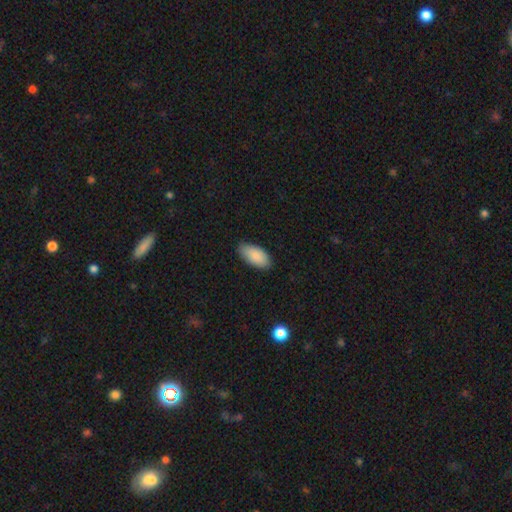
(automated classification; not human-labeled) Morphology: type=smooth (86%); roundness=in between (94%); merging=none (83%).